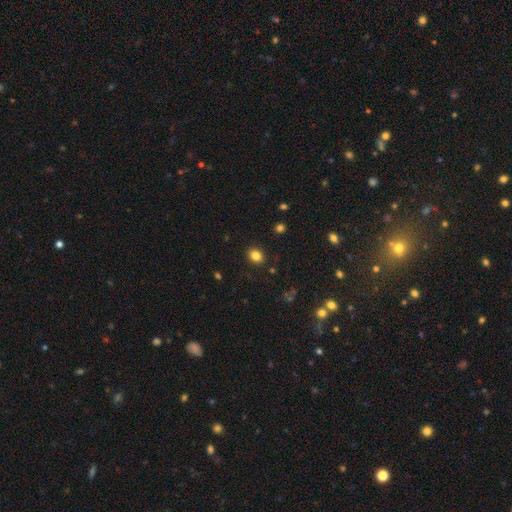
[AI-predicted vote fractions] Smooth or featured?
  - smooth: 83% *
  - star or artifact: 11%
  - featured or disk: 6%
How rounded?
  - in between: 59% *
  - round: 40%
  - cigar-shaped: 1%
Merging?
  - none: 88% *
  - minor disturbance: 8%
  - major disturbance: 2%
  - merger: 1%